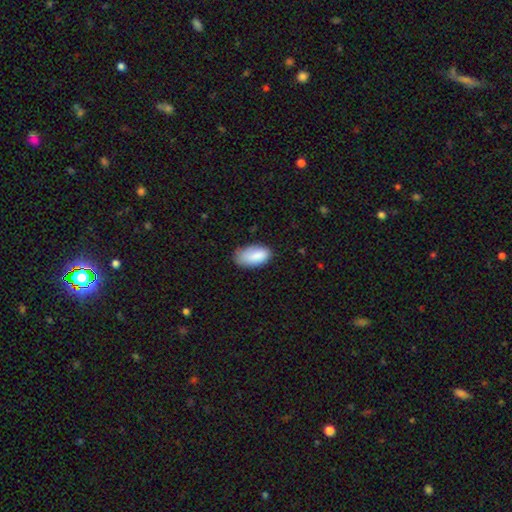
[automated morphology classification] This is clearly a smooth galaxy (87%). How rounded: clearly in between (95%). Merging: likely none (64%).